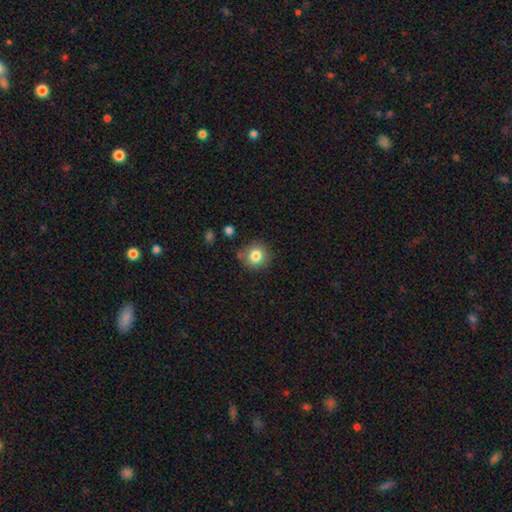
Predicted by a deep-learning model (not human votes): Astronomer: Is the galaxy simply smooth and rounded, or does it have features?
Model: smooth — 82%.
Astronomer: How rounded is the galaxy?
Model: round — 89%.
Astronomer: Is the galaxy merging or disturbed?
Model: none — 81%.